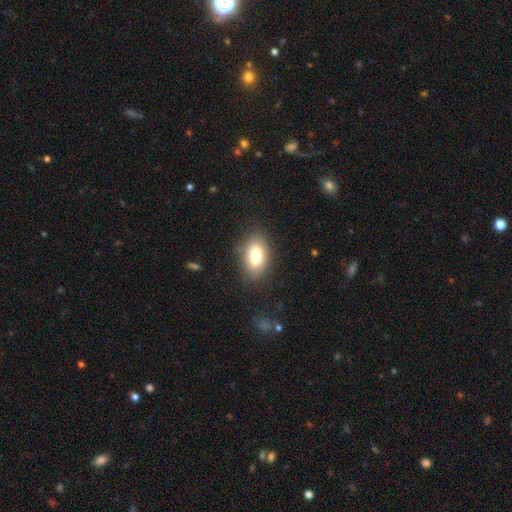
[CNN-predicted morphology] This is likely a smooth galaxy (79%). How rounded: clearly in between (89%). Merging: clearly none (84%).